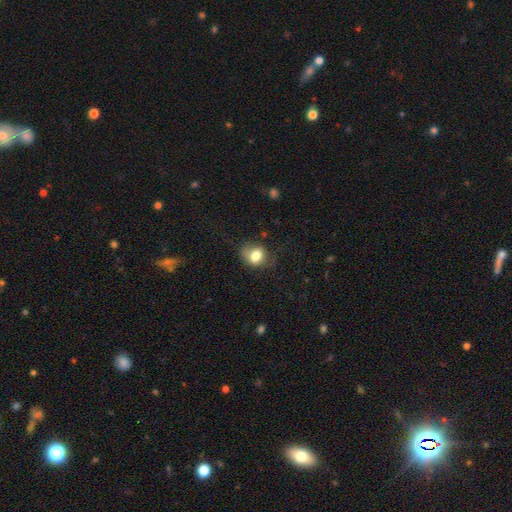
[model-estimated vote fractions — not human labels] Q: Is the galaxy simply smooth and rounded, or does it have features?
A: smooth — 79%.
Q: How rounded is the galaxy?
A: round — 56%.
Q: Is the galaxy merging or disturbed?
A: none — 57%.